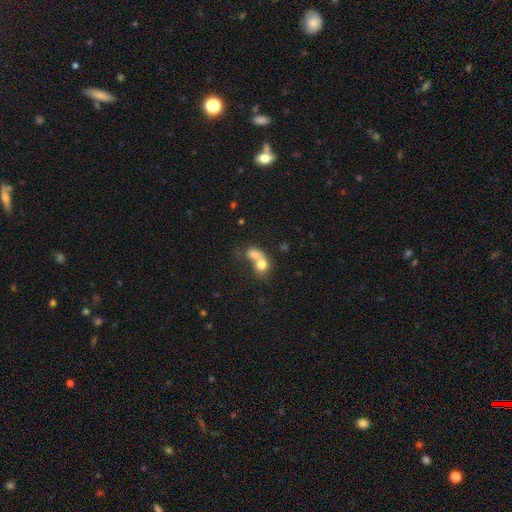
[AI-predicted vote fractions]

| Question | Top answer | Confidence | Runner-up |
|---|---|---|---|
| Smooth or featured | smooth | 67% | featured or disk (21%) |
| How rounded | round | 54% | in between (44%) |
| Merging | merger | 72% | none (17%) |